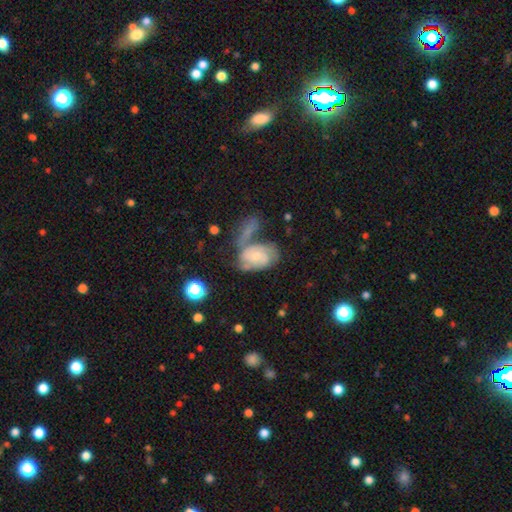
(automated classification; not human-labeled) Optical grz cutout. It shows a featured or disk galaxy (70%) with no bar (62%), 2 (57%) tight (43%, tied with medium) spiral arms (90%) and a small central bulge (54%). Merging: merger (34%).